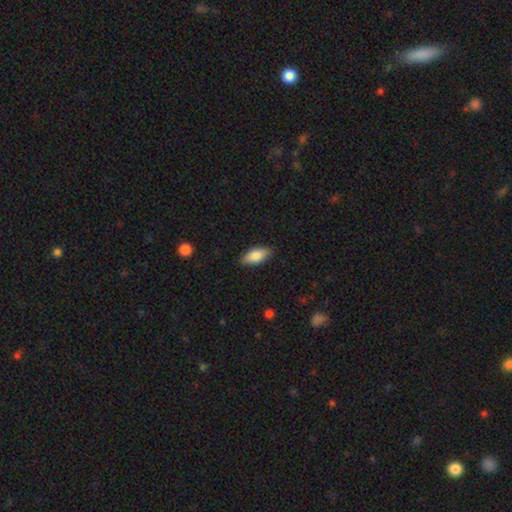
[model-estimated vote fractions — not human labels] Smooth or featured?
  - smooth: 82% *
  - featured or disk: 11%
  - star or artifact: 6%
How rounded?
  - in between: 86% *
  - cigar-shaped: 11%
  - round: 2%
Merging?
  - none: 86% *
  - minor disturbance: 10%
  - major disturbance: 2%
  - merger: 1%